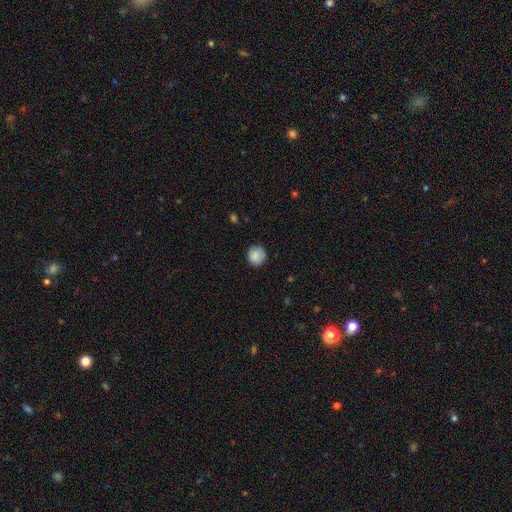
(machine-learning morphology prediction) smooth 86%, star or artifact 8%, featured or disk 6%. Down the decision tree: how rounded — round (90%); merging — none (83%).